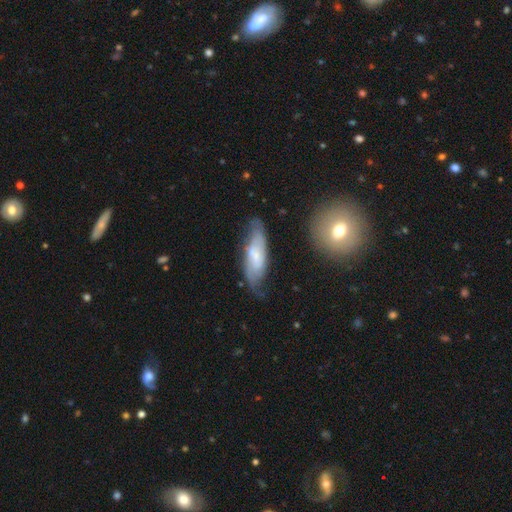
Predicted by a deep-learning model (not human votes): featured or disk 60%, smooth 33%, star or artifact 7%. Down the decision tree: edge-on disk — no (82%); merging — none (61%).